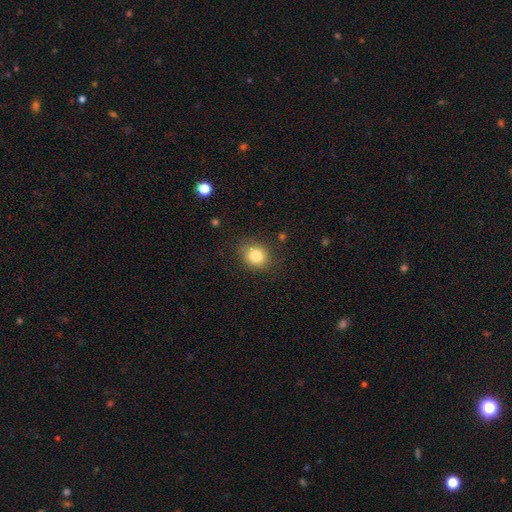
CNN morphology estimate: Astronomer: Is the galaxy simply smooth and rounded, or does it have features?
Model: smooth — 82%.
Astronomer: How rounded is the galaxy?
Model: round — 67%.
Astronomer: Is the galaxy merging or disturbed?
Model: none — 82%.